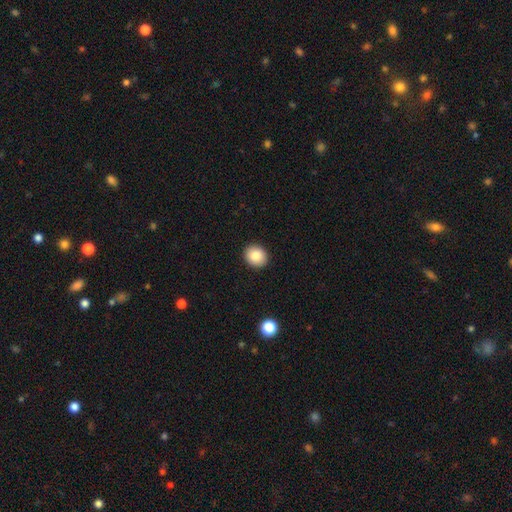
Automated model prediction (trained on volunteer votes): smooth-or-featured: smooth: 85% | star or artifact: 9% | featured or disk: 6%
  how-rounded: round: 74% | in between: 25% | cigar-shaped: 1%
  merging: none: 92% | minor disturbance: 5% | major disturbance: 2% | merger: 1%